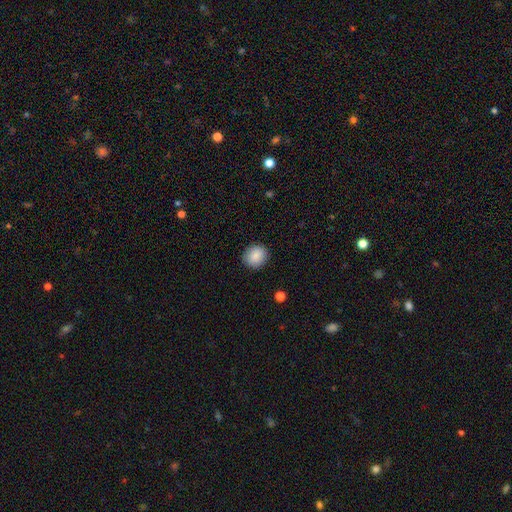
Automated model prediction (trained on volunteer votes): Q: Smooth or featured?
A: smooth (88%); runner-up: star or artifact (8%)
Q: How rounded?
A: round (78%); runner-up: in between (21%)
Q: Merging?
A: none (90%); runner-up: minor disturbance (7%)